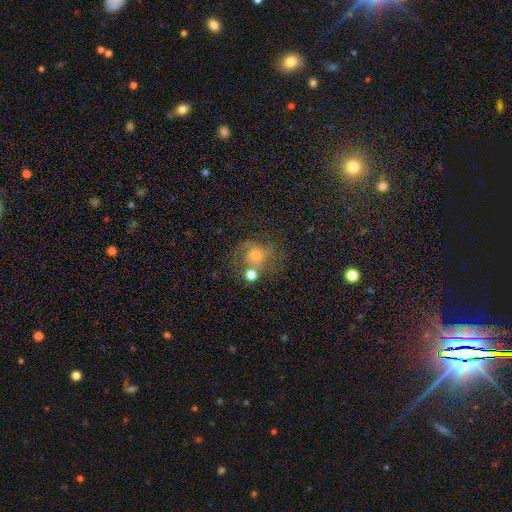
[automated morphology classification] Overall: smooth (40%; featured or disk 39%). Merging: none (42%; major disturbance 20%).